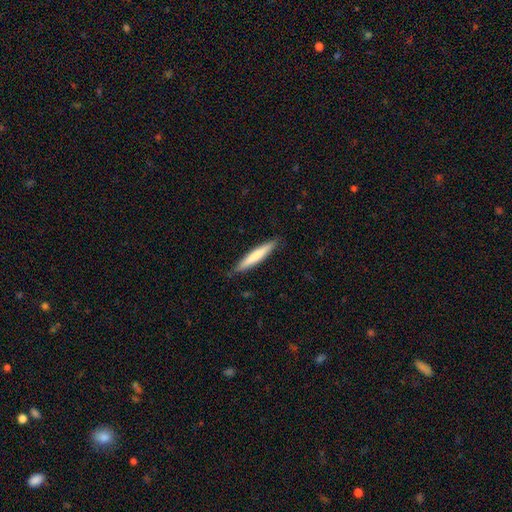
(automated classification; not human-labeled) Q: Smooth or featured?
A: smooth (69%); runner-up: featured or disk (26%)
Q: How rounded?
A: cigar-shaped (93%); runner-up: in between (6%)
Q: Merging?
A: none (86%); runner-up: minor disturbance (11%)